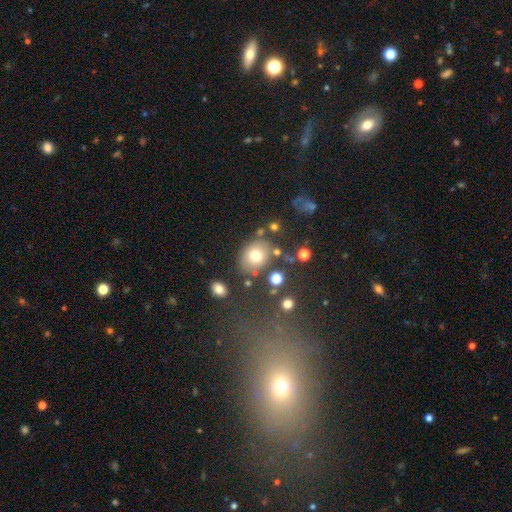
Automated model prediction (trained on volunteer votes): smooth-or-featured: smooth: 74% | featured or disk: 13% | star or artifact: 13%
  how-rounded: round: 57% | in between: 42% | cigar-shaped: 1%
  merging: none: 70% | minor disturbance: 14% | merger: 10% | major disturbance: 6%